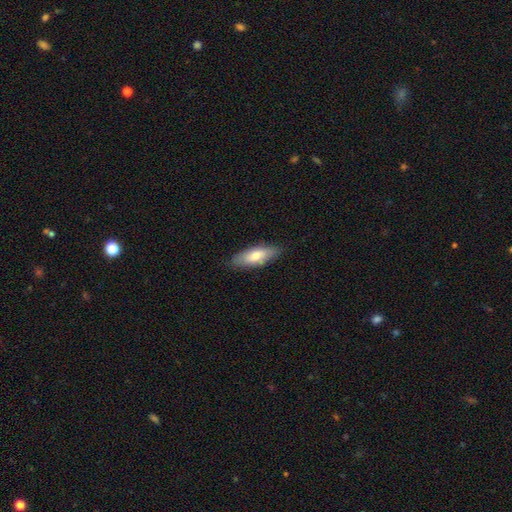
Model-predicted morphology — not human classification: smooth 72%, featured or disk 22%, star or artifact 6%. Down the decision tree: how rounded — in between (60%); merging — none (84%).